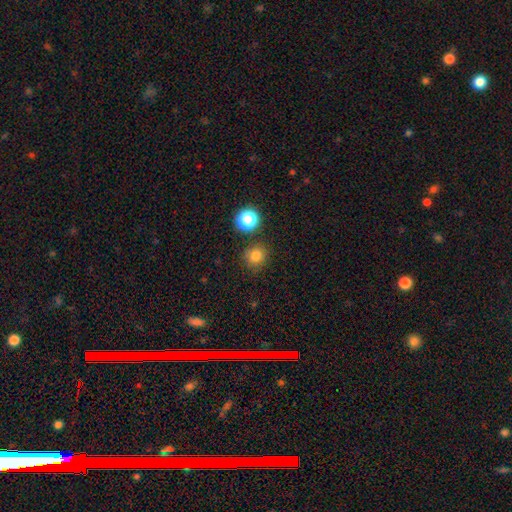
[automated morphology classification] This appears to be a smooth galaxy with no disk features (79%) that is round (88%). Merging: none (81%).